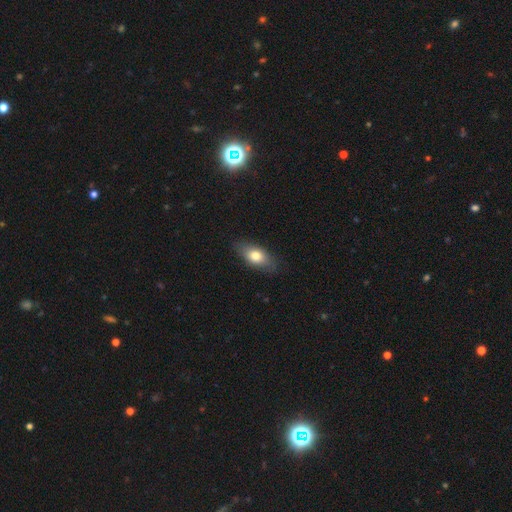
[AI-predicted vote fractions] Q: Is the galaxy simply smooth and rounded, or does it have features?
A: smooth — 74%.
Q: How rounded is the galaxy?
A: in between — 85%.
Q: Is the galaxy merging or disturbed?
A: none — 83%.